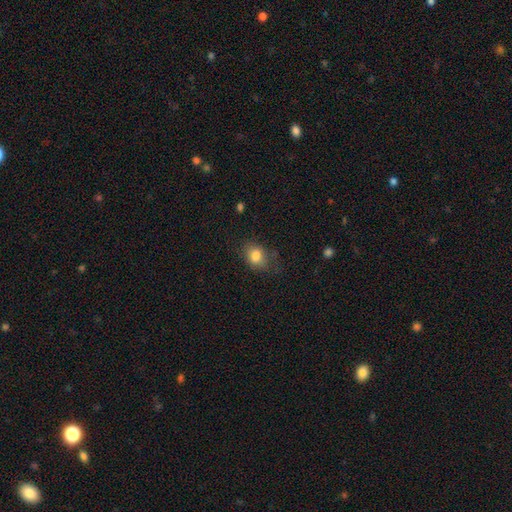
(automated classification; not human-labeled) Overall: smooth (81%). How rounded: in between (63%; round 36%). Merging: none (65%).